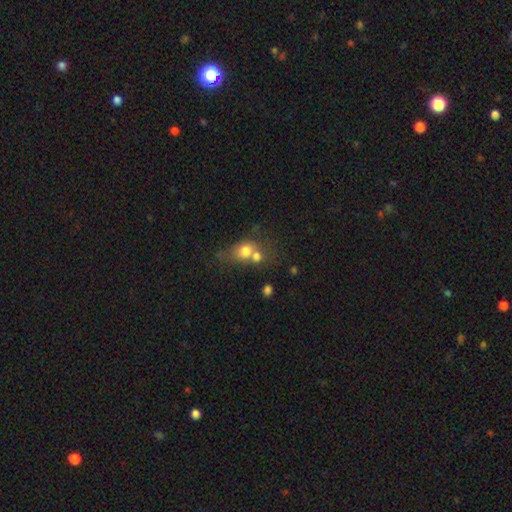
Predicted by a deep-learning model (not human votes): This appears to be a smooth galaxy with no disk features (56%) that is round (56%). Merging: merger (45%).